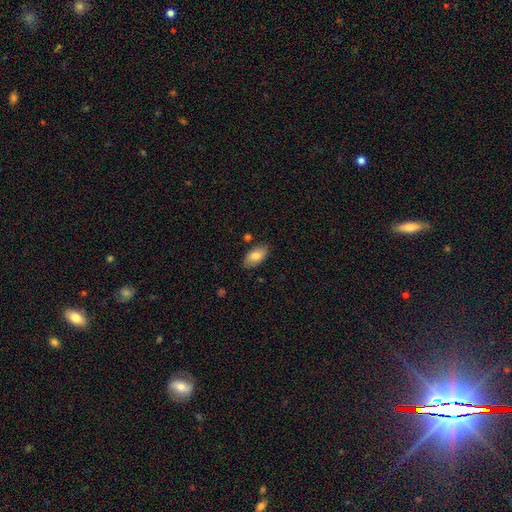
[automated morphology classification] smooth_or_featured: smooth (p=0.81) [alt: featured or disk p=0.13]
how_rounded: in between (p=0.94) [alt: round p=0.03]
merging: none (p=0.82) [alt: minor disturbance p=0.13]